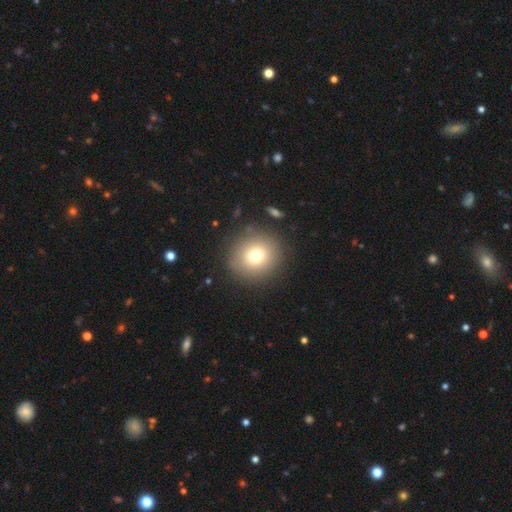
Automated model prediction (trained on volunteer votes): Overall: smooth (74%). How rounded: round (92%). Merging: none (88%).